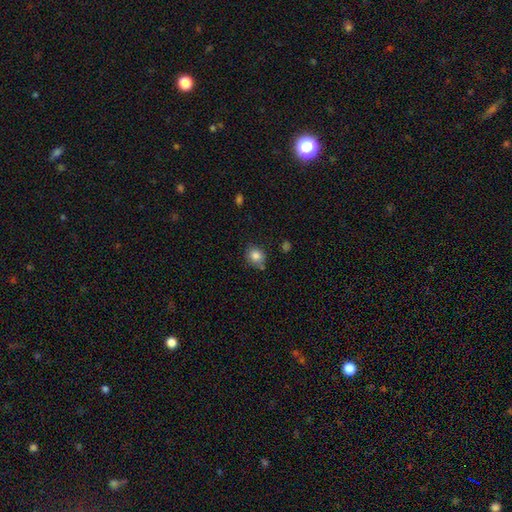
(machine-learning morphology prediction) The model was most divided on "how rounded": round: 74%, in between: 25%, cigar-shaped: 1%. More confident: smooth or featured — smooth (84%); merging — none (75%).